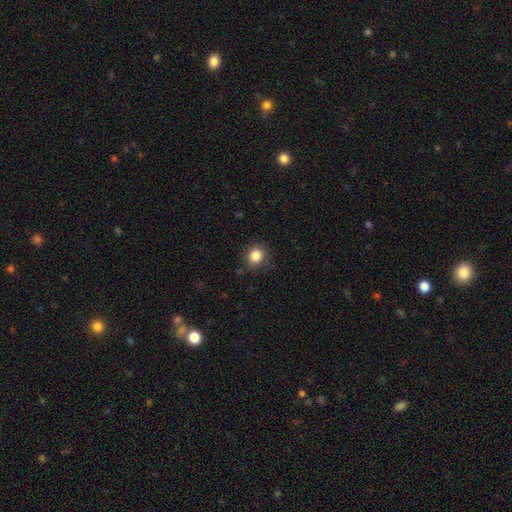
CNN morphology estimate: smooth 85%, star or artifact 10%, featured or disk 4%. Down the decision tree: how rounded — round (82%); merging — none (82%).